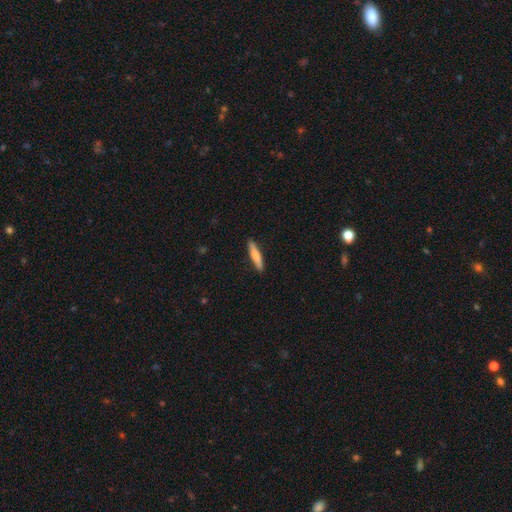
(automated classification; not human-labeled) A smooth galaxy with no disk features (71%) that is cigar-shaped (90%).

Vote fractions:
- Smooth or featured? smooth: 71% / featured or disk: 24% / star or artifact: 5%
- How rounded? cigar-shaped: 90% / in between: 9% / round: 1%
- Merging? none: 90% / minor disturbance: 8% / major disturbance: 2% / merger: 1%